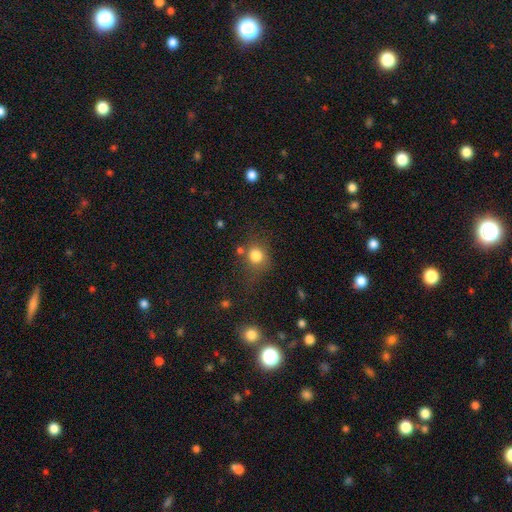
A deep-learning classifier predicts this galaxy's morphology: Smooth or featured? Predicted: smooth (p=0.80). How rounded? Predicted: round (p=0.76). Merging? Predicted: none (p=0.63).